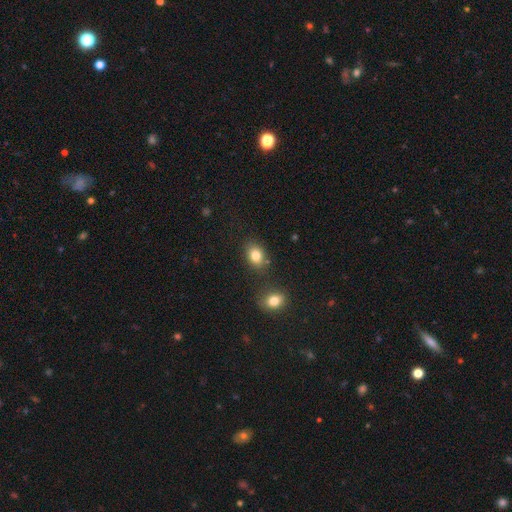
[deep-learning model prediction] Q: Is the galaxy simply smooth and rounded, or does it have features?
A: smooth — 81%.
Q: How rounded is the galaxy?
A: in between — 67%.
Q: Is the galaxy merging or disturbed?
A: none — 75%.